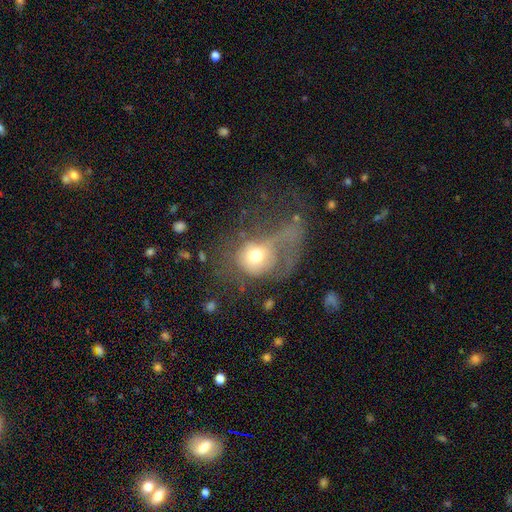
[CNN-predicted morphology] smooth-or-featured: smooth: 54% | featured or disk: 34% | star or artifact: 11%
  how-rounded: round: 68% | in between: 31% | cigar-shaped: 1%
  merging: major disturbance: 64% | none: 17% | minor disturbance: 13% | merger: 6%